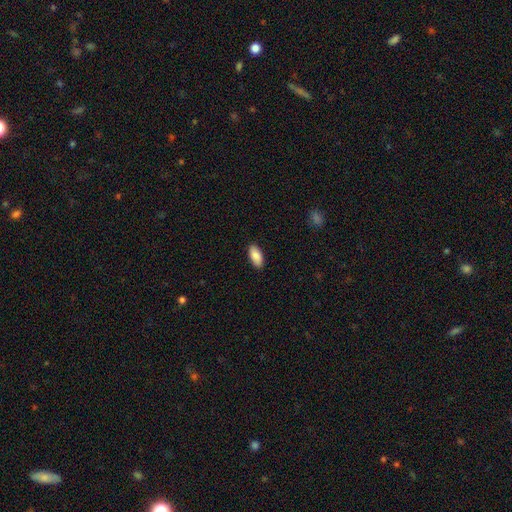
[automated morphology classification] smooth_or_featured: smooth (p=0.89) [alt: star or artifact p=0.06]
how_rounded: in between (p=0.90) [alt: cigar-shaped p=0.08]
merging: none (p=0.89) [alt: minor disturbance p=0.09]